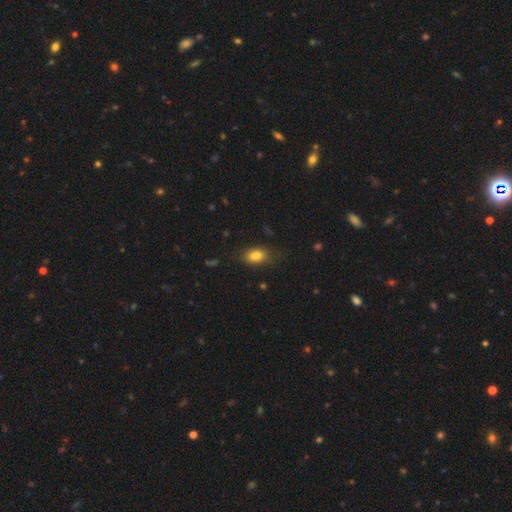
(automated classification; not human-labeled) smooth 83%, star or artifact 9%, featured or disk 8%. Down the decision tree: how rounded — in between (84%); merging — none (78%).